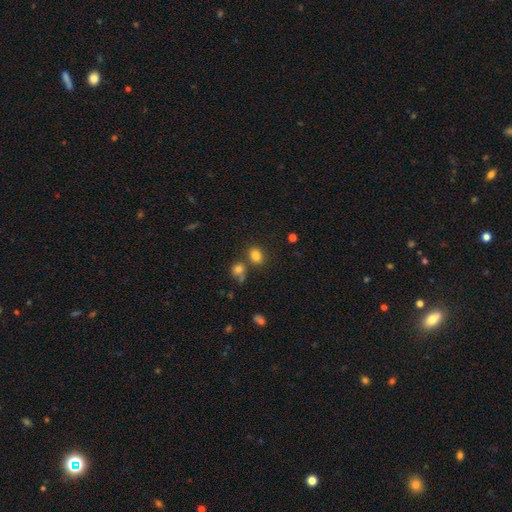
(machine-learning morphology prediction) A smooth galaxy with no disk features (82%) that is in between round and cigar-shaped (54%).

Vote fractions:
- Smooth or featured? smooth: 82% / star or artifact: 12% / featured or disk: 6%
- How rounded? in between: 54% / round: 45% / cigar-shaped: 1%
- Merging? none: 68% / merger: 16% / minor disturbance: 11% / major disturbance: 4%